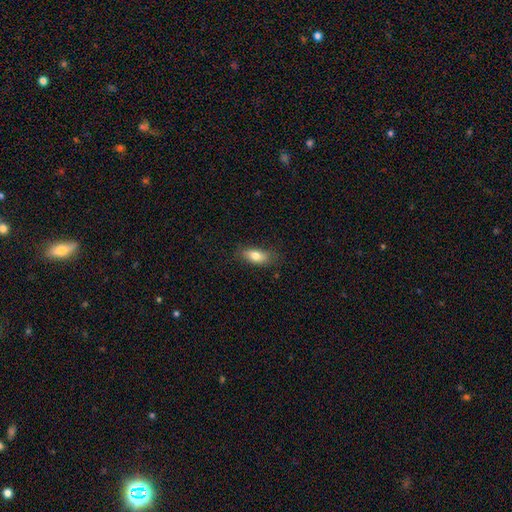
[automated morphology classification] smooth_or_featured: smooth (p=0.78) [alt: featured or disk p=0.15]
how_rounded: in between (p=0.82) [alt: cigar-shaped p=0.14]
merging: none (p=0.78) [alt: minor disturbance p=0.17]